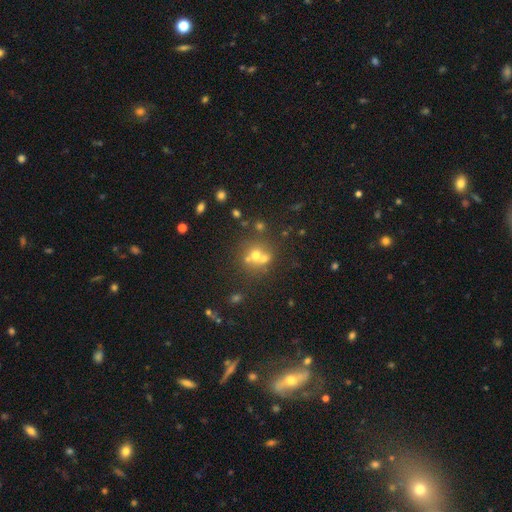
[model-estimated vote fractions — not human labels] Smooth or featured? smooth (57%)
How rounded? round (82%)
Merging? none (46%)